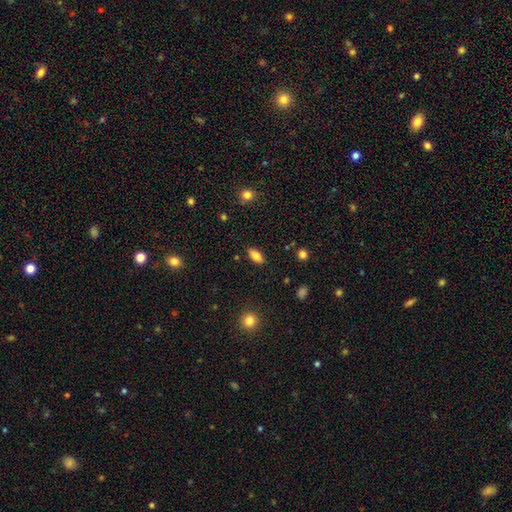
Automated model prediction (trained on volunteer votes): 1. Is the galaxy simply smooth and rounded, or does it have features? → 82% smooth, 10% featured or disk, 8% star or artifact.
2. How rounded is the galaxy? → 87% in between, 9% cigar-shaped, 3% round.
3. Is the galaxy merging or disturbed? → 87% none, 10% minor disturbance, 2% major disturbance, 1% merger.